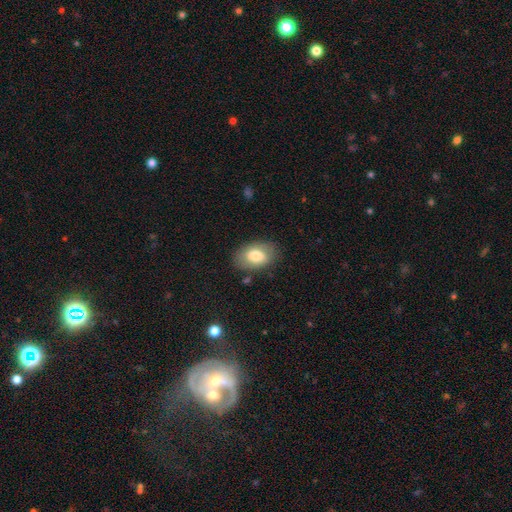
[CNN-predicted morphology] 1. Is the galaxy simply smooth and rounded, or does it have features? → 75% smooth, 18% featured or disk, 7% star or artifact.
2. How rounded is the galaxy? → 88% in between, 11% round, 1% cigar-shaped.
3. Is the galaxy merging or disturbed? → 81% none, 14% minor disturbance, 4% major disturbance, 2% merger.